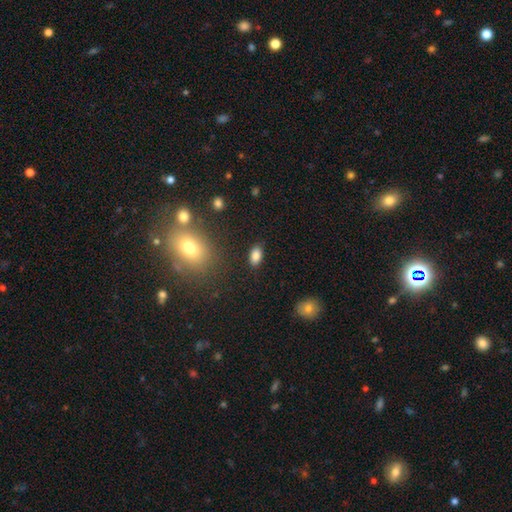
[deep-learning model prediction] This is clearly a smooth galaxy (85%). How rounded: clearly in between (90%). Merging: clearly none (86%).